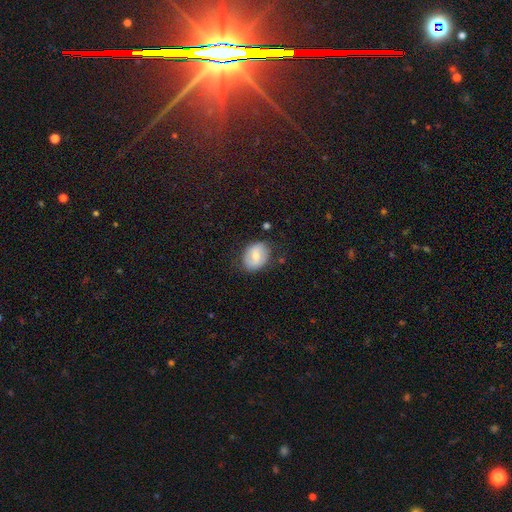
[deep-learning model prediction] smooth_or_featured: smooth (p=0.59) [alt: featured or disk p=0.33]
how_rounded: in between (p=0.59) [alt: round p=0.40]
merging: none (p=0.77) [alt: minor disturbance p=0.17]